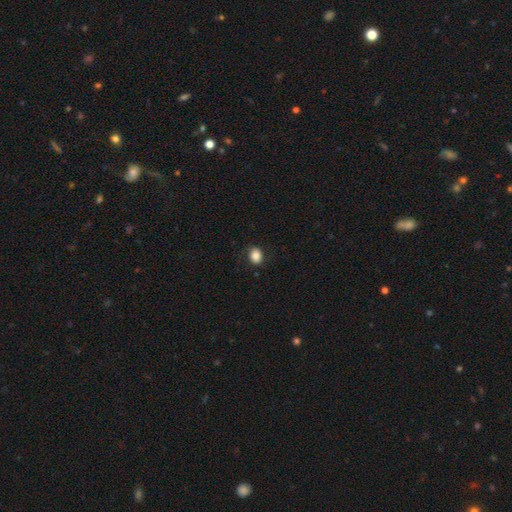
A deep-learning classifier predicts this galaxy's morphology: smooth_or_featured: smooth (p=0.84) [alt: star or artifact p=0.09]
how_rounded: in between (p=0.58) [alt: round p=0.41]
merging: none (p=0.83) [alt: minor disturbance p=0.13]